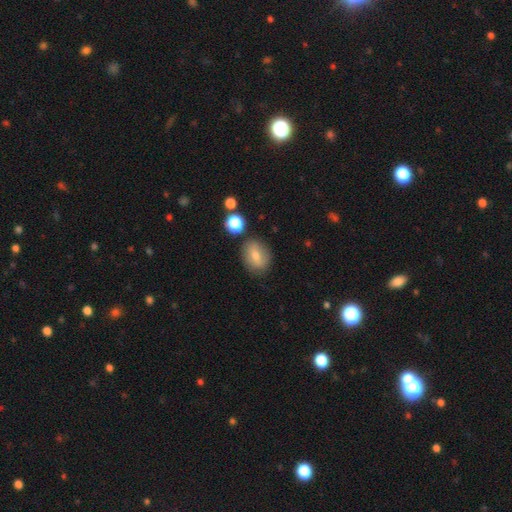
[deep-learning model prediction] A smooth galaxy with no disk features (67%) that is in between round and cigar-shaped (51%).

Vote fractions:
- Smooth or featured? smooth: 67% / featured or disk: 23% / star or artifact: 10%
- How rounded? in between: 51% / round: 47% / cigar-shaped: 2%
- Merging? none: 77% / minor disturbance: 14% / merger: 4% / major disturbance: 4%